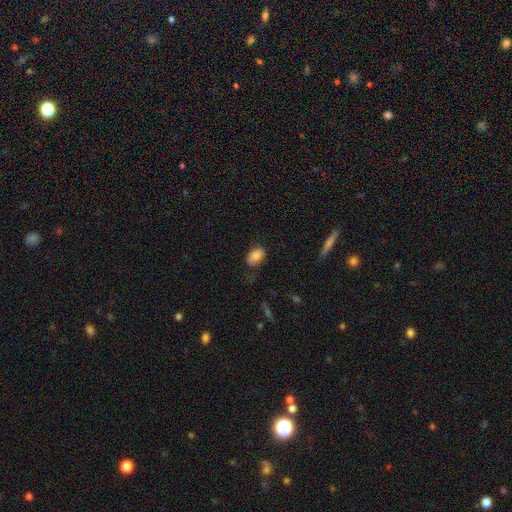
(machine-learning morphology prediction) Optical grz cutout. It shows a smooth galaxy with no disk features (81%) that is in between round and cigar-shaped (88%). Merging: none (74%).